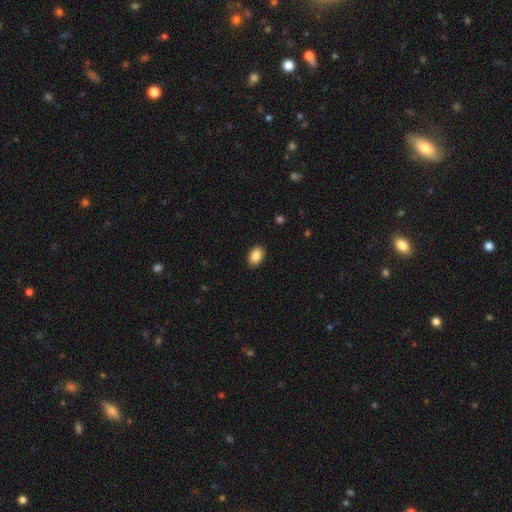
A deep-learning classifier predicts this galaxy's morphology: This appears to be a smooth galaxy with no disk features (88%) that is in between round and cigar-shaped (81%). Merging: none (89%).